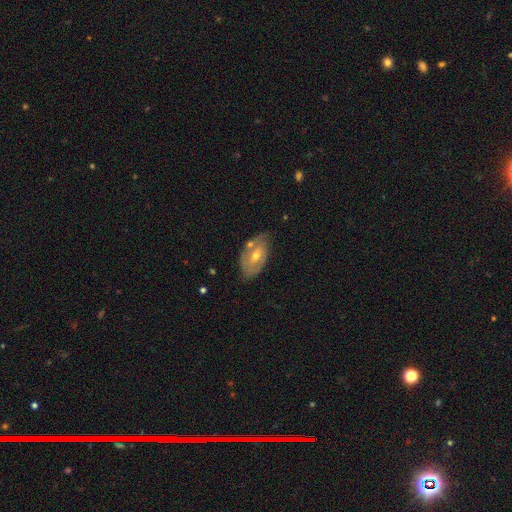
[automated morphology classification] Smooth or featured?
  - featured or disk: 63% *
  - smooth: 29%
  - star or artifact: 8%
Edge-on disk?
  - no: 92% *
  - yes: 8%
Bar?
  - no: 58% *
  - weak: 34%
  - strong: 8%
Spiral arms?
  - yes: 64% *
  - no: 36%
Bulge size?
  - moderate: 57% *
  - small: 39%
  - large: 2%
  - none: 1%
  - dominant: 1%
Merging?
  - none: 59% *
  - minor disturbance: 23%
  - merger: 10%
  - major disturbance: 7%